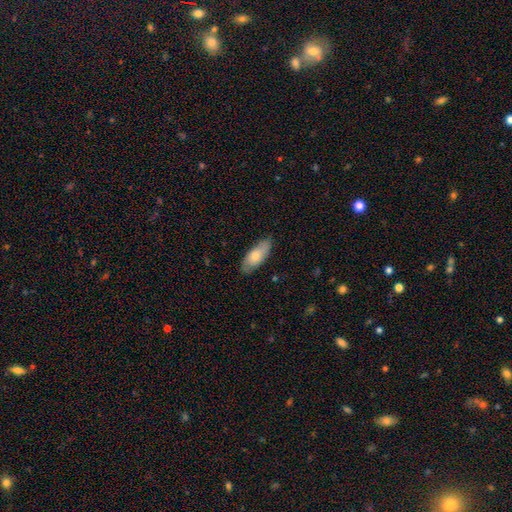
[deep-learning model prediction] smooth 72%, featured or disk 23%, star or artifact 6%. Down the decision tree: how rounded — in between (83%); merging — none (78%).